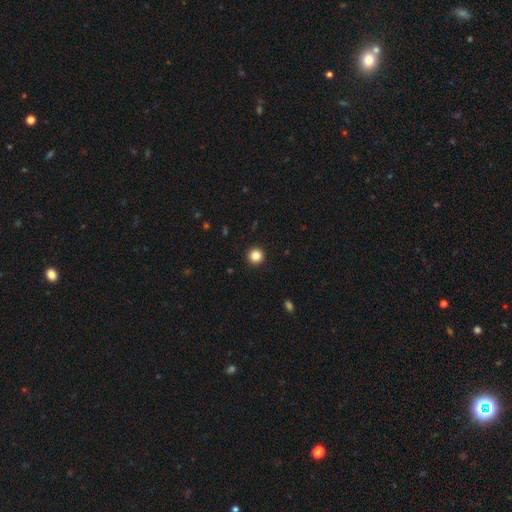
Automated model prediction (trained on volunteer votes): A smooth galaxy with no disk features (87%) that is round (96%).

Vote fractions:
- Smooth or featured? smooth: 87% / star or artifact: 10% / featured or disk: 3%
- How rounded? round: 96% / in between: 4% / cigar-shaped: 1%
- Merging? none: 93% / minor disturbance: 4% / major disturbance: 2% / merger: 1%